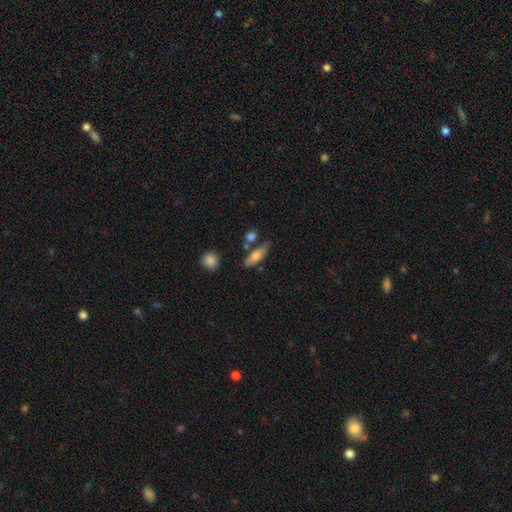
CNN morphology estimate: type=smooth (68%); roundness=in between (54%); merging=none (66%).